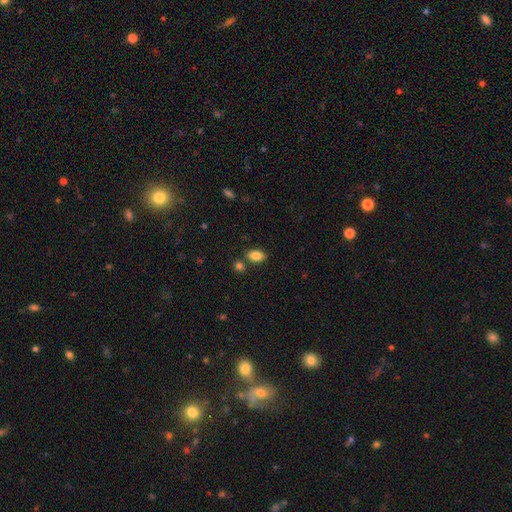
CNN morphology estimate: A smooth galaxy with no disk features (85%) that is in between round and cigar-shaped (89%).

Vote fractions:
- Smooth or featured? smooth: 85% / star or artifact: 9% / featured or disk: 6%
- How rounded? in between: 89% / round: 7% / cigar-shaped: 3%
- Merging? none: 75% / minor disturbance: 11% / merger: 11% / major disturbance: 3%